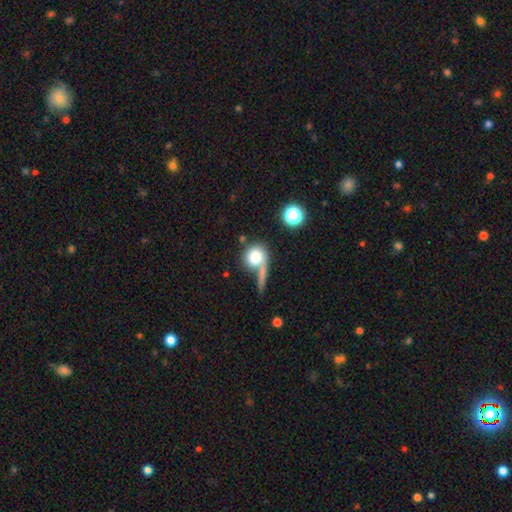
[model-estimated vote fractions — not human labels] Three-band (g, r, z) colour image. It shows a smooth galaxy with no disk features (76%) that is round (84%). Merging: none (45%).